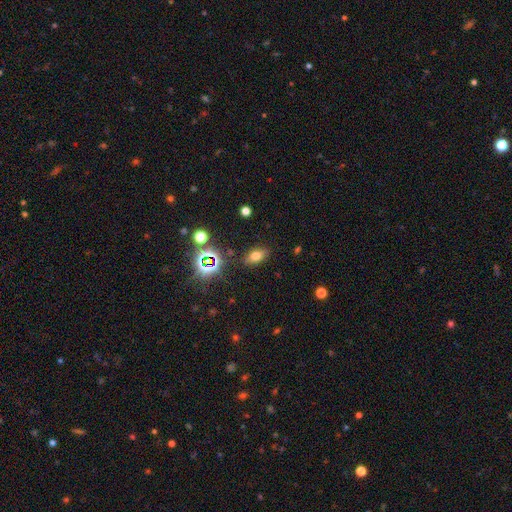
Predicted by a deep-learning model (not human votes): Smooth or featured? smooth (65%)
How rounded? in between (81%)
Merging? none (85%)